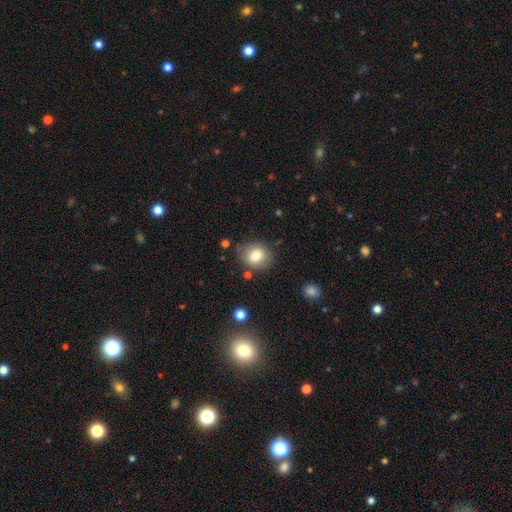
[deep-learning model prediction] A smooth galaxy with no disk features (80%) that is round (63%). Merging: none (78%).